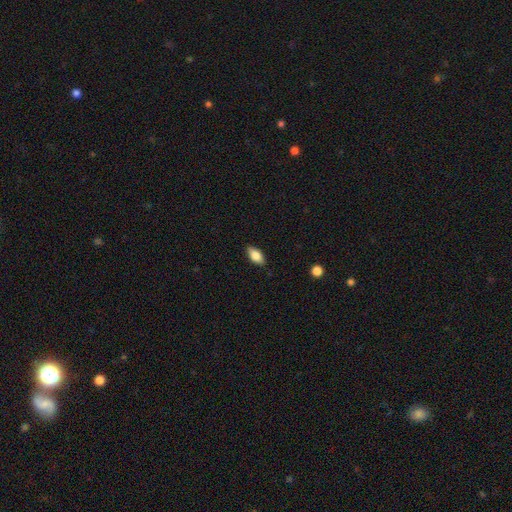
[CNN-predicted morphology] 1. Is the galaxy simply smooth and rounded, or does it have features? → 81% smooth, 12% featured or disk, 7% star or artifact.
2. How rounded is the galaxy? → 89% in between, 8% cigar-shaped, 3% round.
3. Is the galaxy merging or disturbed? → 87% none, 10% minor disturbance, 2% major disturbance, 1% merger.